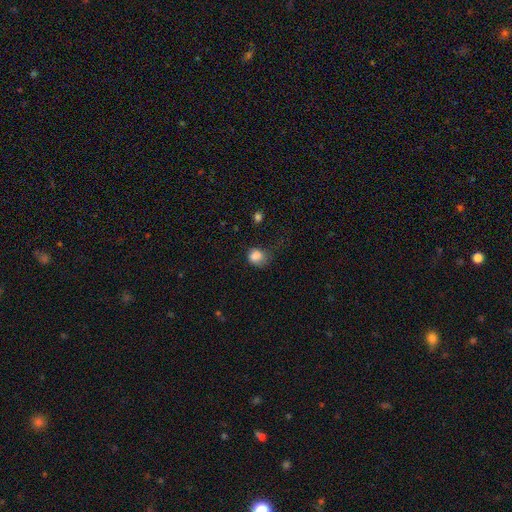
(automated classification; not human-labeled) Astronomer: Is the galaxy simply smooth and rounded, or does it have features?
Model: smooth — 82%.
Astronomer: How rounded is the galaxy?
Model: round — 55% (runner-up: in between, 43%).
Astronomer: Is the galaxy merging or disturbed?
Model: none — 40% (runner-up: minor disturbance, 32%).